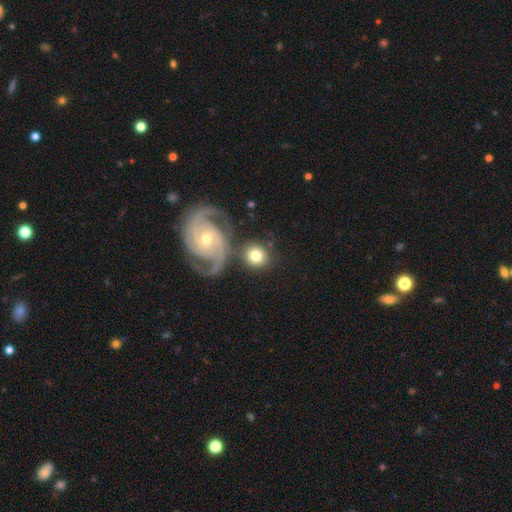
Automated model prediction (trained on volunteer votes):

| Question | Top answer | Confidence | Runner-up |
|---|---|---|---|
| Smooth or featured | smooth | 60% | featured or disk (33%) |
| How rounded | round | 89% | in between (10%) |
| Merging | none | 68% | merger (16%) |